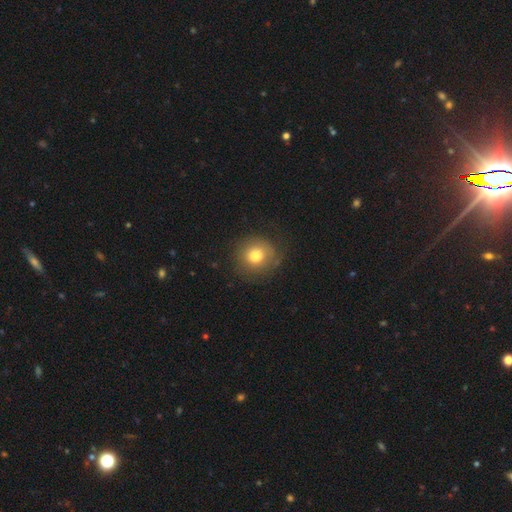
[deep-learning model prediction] smooth 78%, featured or disk 12%, star or artifact 10%. Down the decision tree: how rounded — round (88%); merging — none (76%).